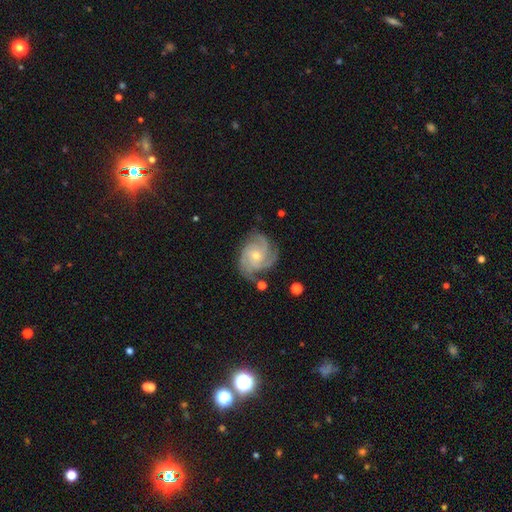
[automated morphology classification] smooth-or-featured: featured or disk: 87% | smooth: 6% | star or artifact: 6%
  disk-edge-on: no: 98% | yes: 2%
    bar: no: 73% | weak: 23% | strong: 4%
    has-spiral-arms: yes: 98% | no: 2%
      spiral-winding: tight: 59% | medium: 35% | loose: 6%
      spiral-arm-count: 3: 42% | 4: 31% | can't tell: 10% | 2: 7% | more than 4: 5% | 1: 5%
    bulge-size: small: 55% | moderate: 42% | large: 1% | none: 1% | dominant: 1%
  merging: none: 73% | minor disturbance: 19% | major disturbance: 6% | merger: 3%